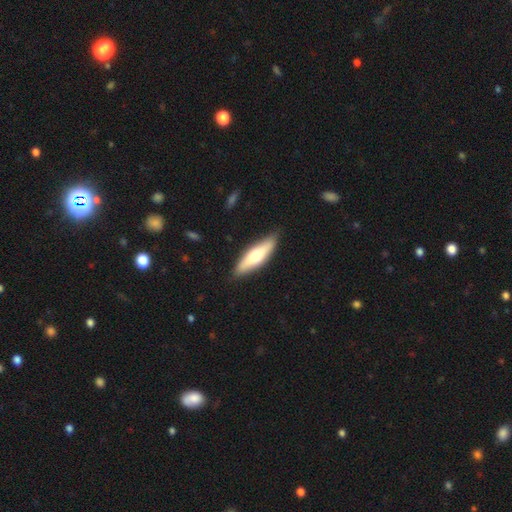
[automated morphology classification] smooth_or_featured: smooth (p=0.58) [alt: featured or disk p=0.37]
how_rounded: cigar-shaped (p=0.61) [alt: in between p=0.37]
merging: none (p=0.84) [alt: minor disturbance p=0.13]